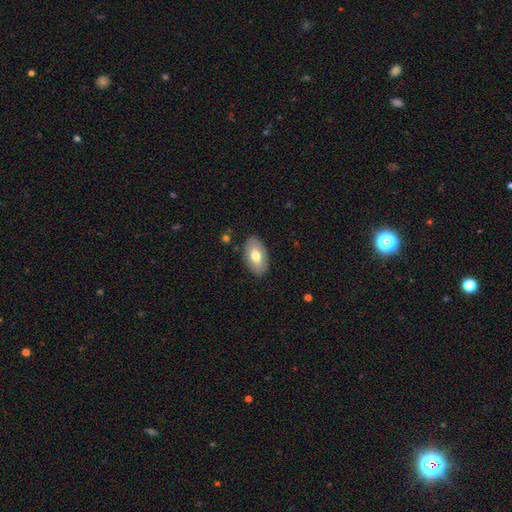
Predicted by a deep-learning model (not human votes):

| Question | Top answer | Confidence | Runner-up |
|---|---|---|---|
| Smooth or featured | smooth | 65% | featured or disk (29%) |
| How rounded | in between | 94% | round (4%) |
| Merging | none | 85% | minor disturbance (11%) |